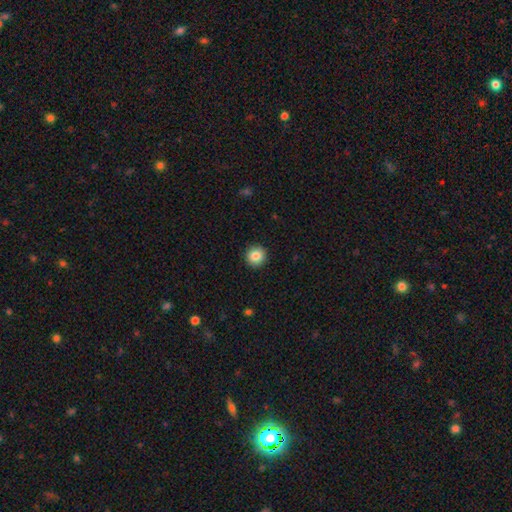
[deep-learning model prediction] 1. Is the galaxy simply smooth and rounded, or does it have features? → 85% smooth, 9% star or artifact, 6% featured or disk.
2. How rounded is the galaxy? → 95% round, 4% in between, 1% cigar-shaped.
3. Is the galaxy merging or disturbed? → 93% none, 5% minor disturbance, 2% major disturbance, 1% merger.